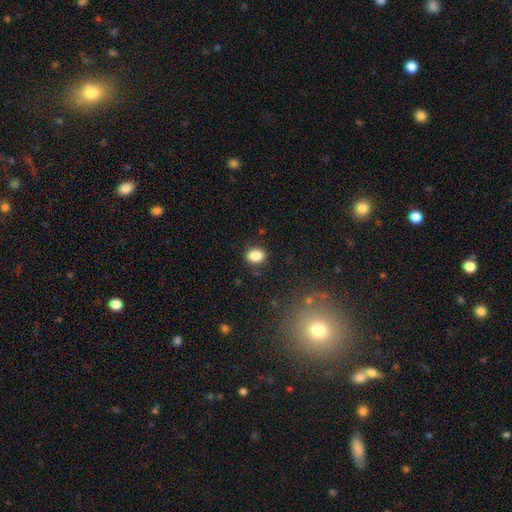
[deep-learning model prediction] Q: Smooth or featured?
A: smooth (86%); runner-up: star or artifact (10%)
Q: How rounded?
A: in between (55%); runner-up: round (44%)
Q: Merging?
A: none (85%); runner-up: minor disturbance (11%)